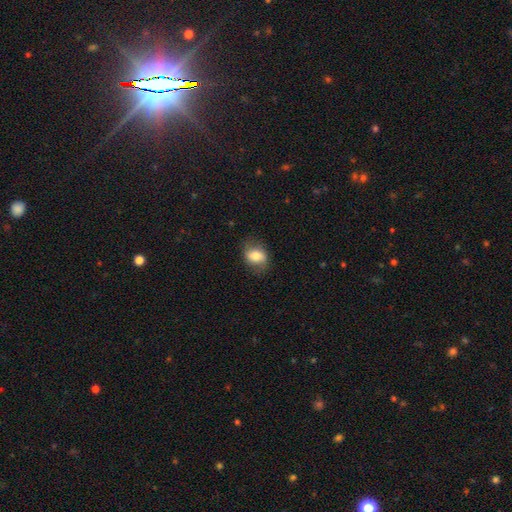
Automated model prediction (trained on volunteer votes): Overall: smooth (73%). How rounded: in between (65%; round 34%). Merging: none (74%).